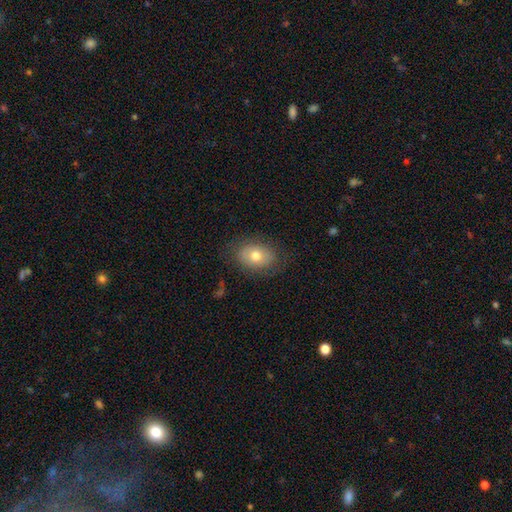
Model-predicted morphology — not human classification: smooth 72%, featured or disk 20%, star or artifact 8%. Down the decision tree: how rounded — in between (74%); merging — none (79%).